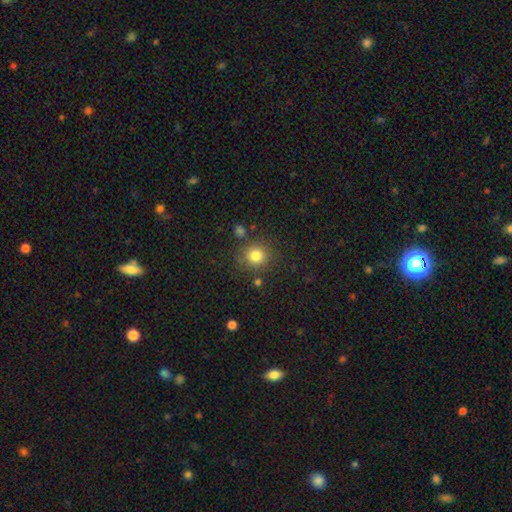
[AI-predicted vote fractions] smooth-or-featured: smooth: 81% | star or artifact: 13% | featured or disk: 6%
  how-rounded: round: 87% | in between: 12% | cigar-shaped: 1%
  merging: none: 81% | minor disturbance: 10% | merger: 5% | major disturbance: 4%